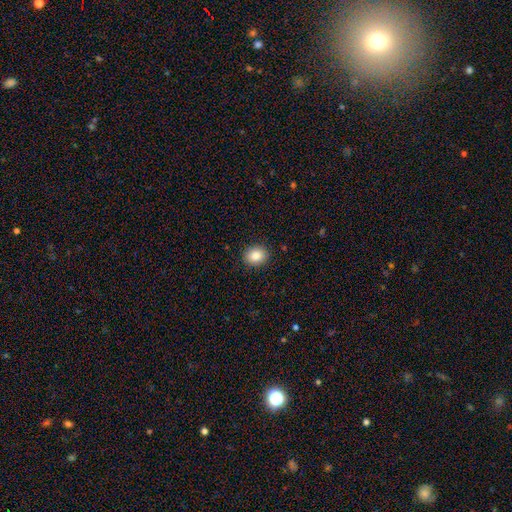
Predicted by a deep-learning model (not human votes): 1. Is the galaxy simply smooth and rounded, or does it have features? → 85% smooth, 9% star or artifact, 6% featured or disk.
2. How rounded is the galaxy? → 60% round, 39% in between, 1% cigar-shaped.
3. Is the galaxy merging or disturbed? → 90% none, 7% minor disturbance, 2% major disturbance, 1% merger.